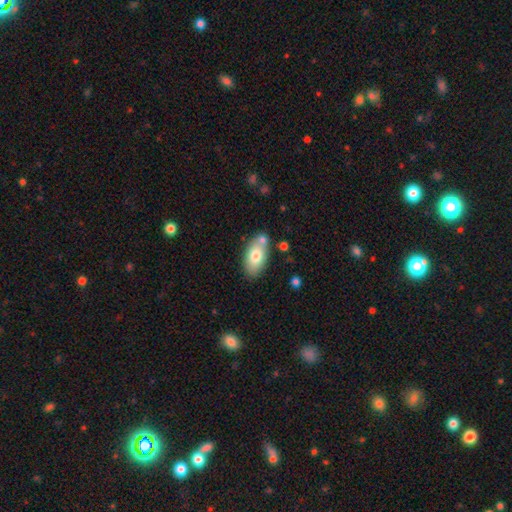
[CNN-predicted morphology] A smooth galaxy with no disk features (74%) that is in between round and cigar-shaped (92%).

Vote fractions:
- Smooth or featured? smooth: 74% / featured or disk: 19% / star or artifact: 7%
- How rounded? in between: 92% / round: 4% / cigar-shaped: 4%
- Merging? none: 72% / minor disturbance: 14% / merger: 12% / major disturbance: 3%